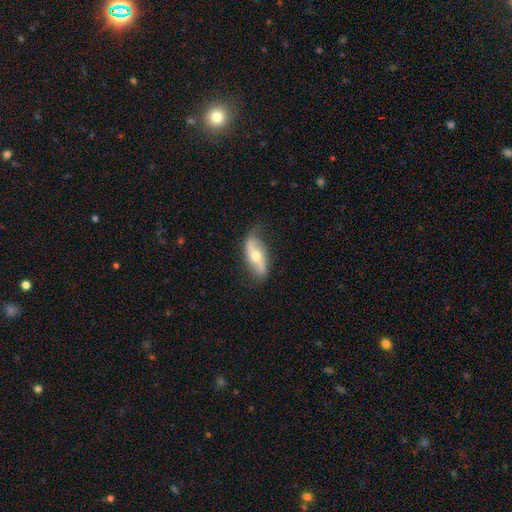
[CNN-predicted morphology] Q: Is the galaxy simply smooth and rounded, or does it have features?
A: featured or disk — 65%.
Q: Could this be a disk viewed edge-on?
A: no — 82%.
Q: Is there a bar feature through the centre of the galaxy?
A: no — 54%.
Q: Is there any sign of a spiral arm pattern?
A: yes — 83%.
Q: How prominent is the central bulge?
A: moderate — 67%.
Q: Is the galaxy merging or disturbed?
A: none — 75%.